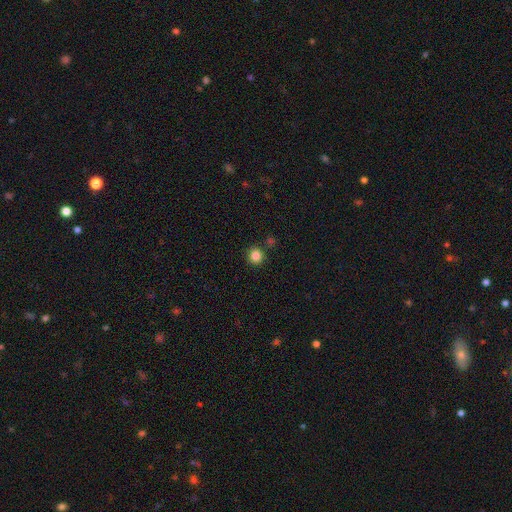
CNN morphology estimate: smooth 84%, star or artifact 12%, featured or disk 4%. Down the decision tree: how rounded — round (90%); merging — none (86%).